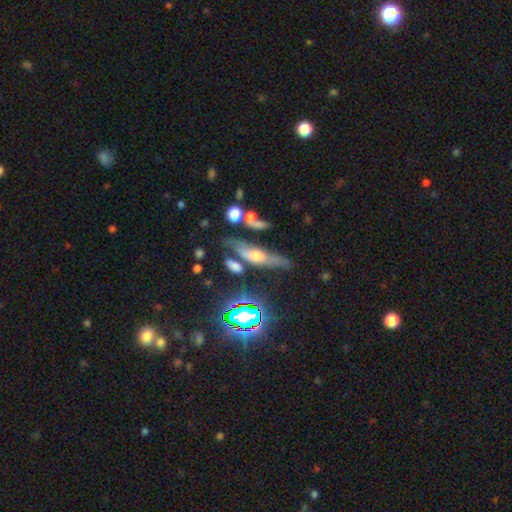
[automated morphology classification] featured or disk 50%, smooth 34%, star or artifact 17%. Down the decision tree: merging — none (57%).